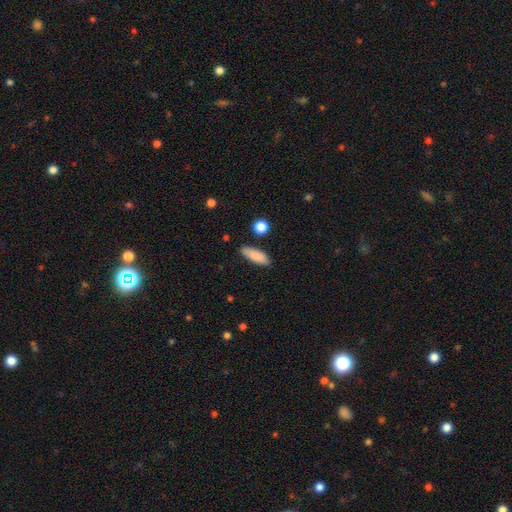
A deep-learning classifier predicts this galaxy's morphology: smooth_or_featured: smooth (p=0.87) [alt: featured or disk p=0.07]
how_rounded: in between (p=0.57) [alt: cigar-shaped p=0.41]
merging: none (p=0.82) [alt: minor disturbance p=0.13]